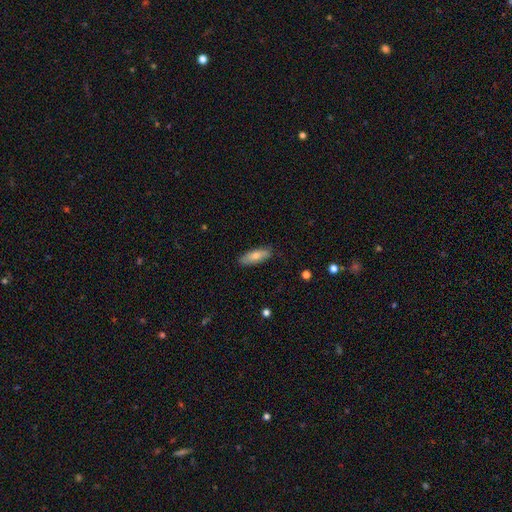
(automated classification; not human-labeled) A smooth galaxy with no disk features (77%) that is in between round and cigar-shaped (64%).

Vote fractions:
- Smooth or featured? smooth: 77% / featured or disk: 17% / star or artifact: 6%
- How rounded? in between: 64% / cigar-shaped: 34% / round: 2%
- Merging? none: 84% / minor disturbance: 13% / major disturbance: 2% / merger: 1%